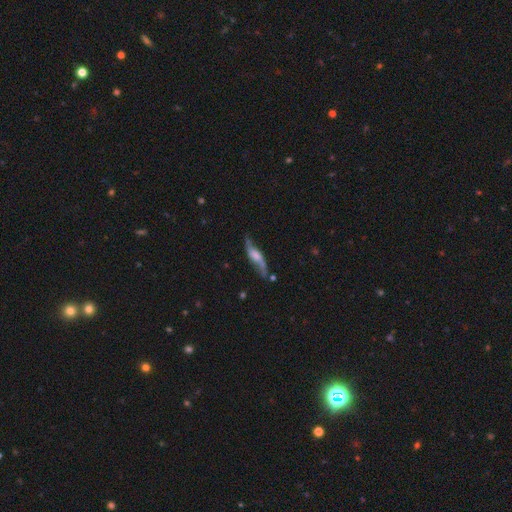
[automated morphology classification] Smooth or featured?
  - featured or disk: 68% *
  - smooth: 25%
  - star or artifact: 7%
Edge-on disk?
  - no: 67% *
  - yes: 33%
Merging?
  - none: 60% *
  - minor disturbance: 23%
  - major disturbance: 11%
  - merger: 5%